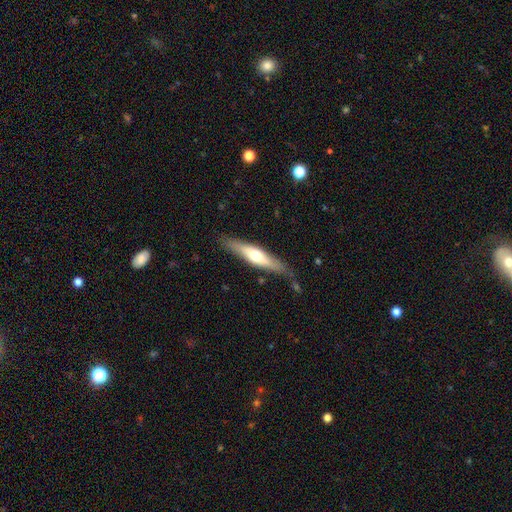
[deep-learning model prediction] featured or disk 52%, smooth 42%, star or artifact 5%. Down the decision tree: edge-on disk — yes (87%); merging — none (82%).